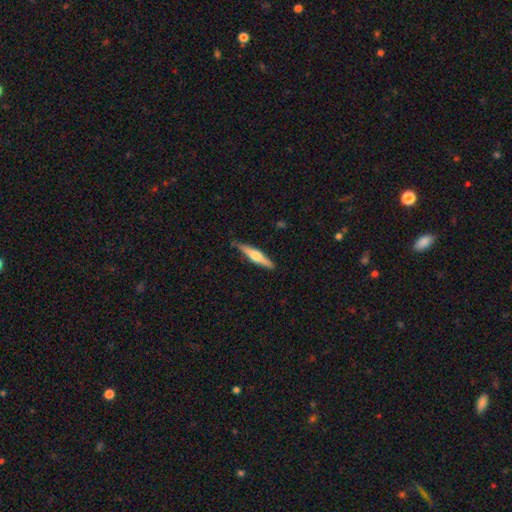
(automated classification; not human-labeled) featured or disk 56%, smooth 38%, star or artifact 5%. Down the decision tree: edge-on disk — yes (96%); edge-on bulge — rounded (89%); merging — none (87%).